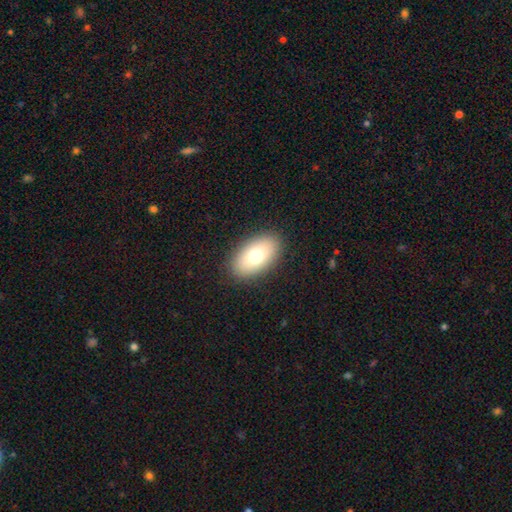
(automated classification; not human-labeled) This appears to be a smooth galaxy with no disk features (74%) that is in between round and cigar-shaped (92%). Merging: none (88%).